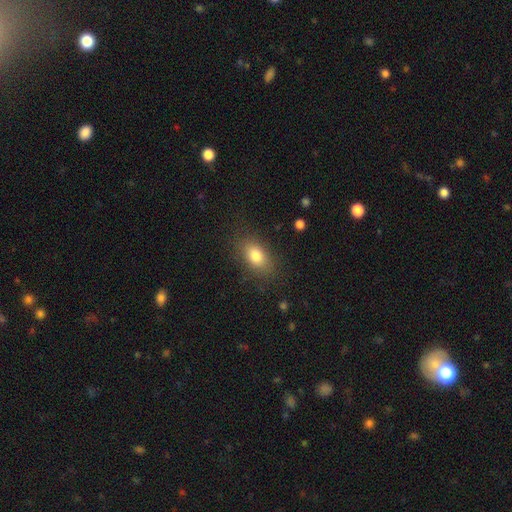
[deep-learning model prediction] A smooth galaxy with no disk features (80%) that is in between round and cigar-shaped (86%). Merging: none (81%).